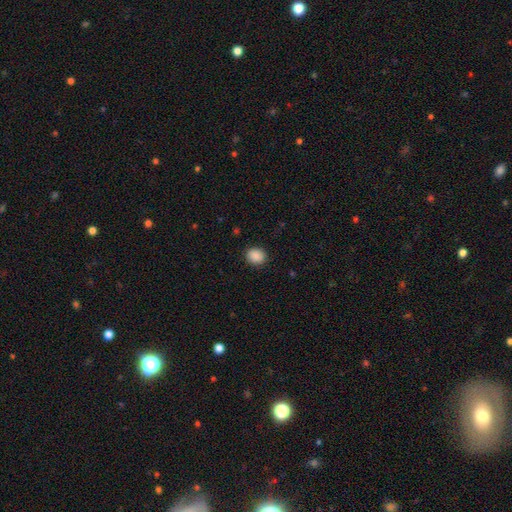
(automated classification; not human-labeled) Smooth or featured?
  - smooth: 89% *
  - star or artifact: 8%
  - featured or disk: 3%
How rounded?
  - round: 70% *
  - in between: 29%
  - cigar-shaped: 1%
Merging?
  - none: 90% *
  - minor disturbance: 7%
  - major disturbance: 2%
  - merger: 1%